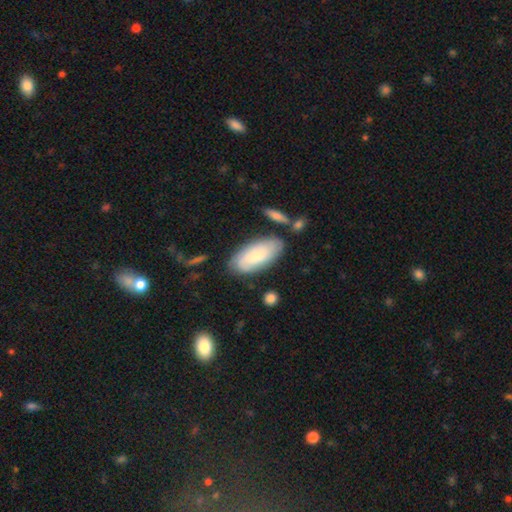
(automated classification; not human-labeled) Smooth or featured? Predicted: smooth (p=0.69). How rounded? Predicted: in between (p=0.89). Merging? Predicted: none (p=0.75).